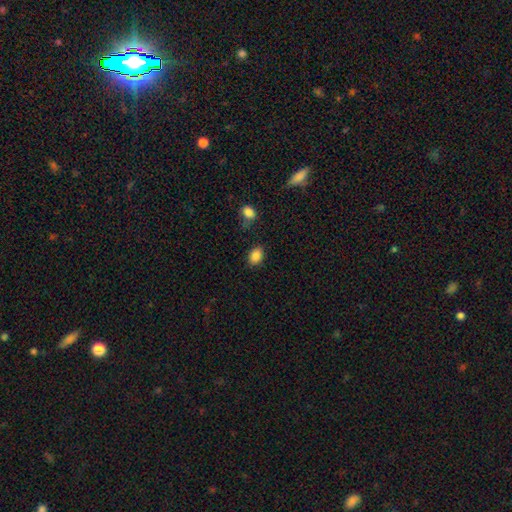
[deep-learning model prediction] Smooth or featured: smooth — 86% (star or artifact — 9%)
How rounded: in between — 70% (round — 29%)
Merging: none — 83% (minor disturbance — 11%)